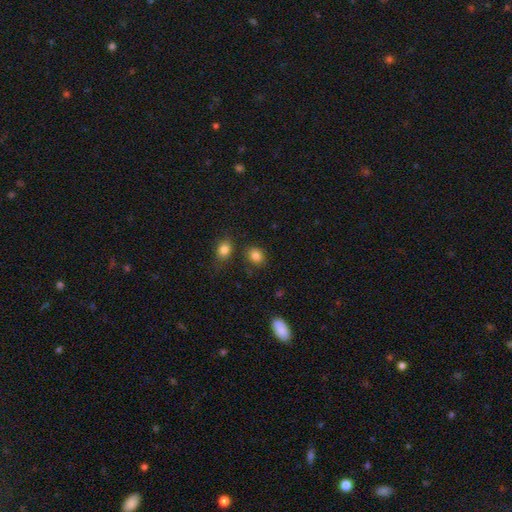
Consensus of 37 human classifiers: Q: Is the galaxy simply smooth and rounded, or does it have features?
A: smooth — 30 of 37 (81%).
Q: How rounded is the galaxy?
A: round — 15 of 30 (50%, tied with in between).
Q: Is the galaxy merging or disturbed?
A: none — 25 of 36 (69%).